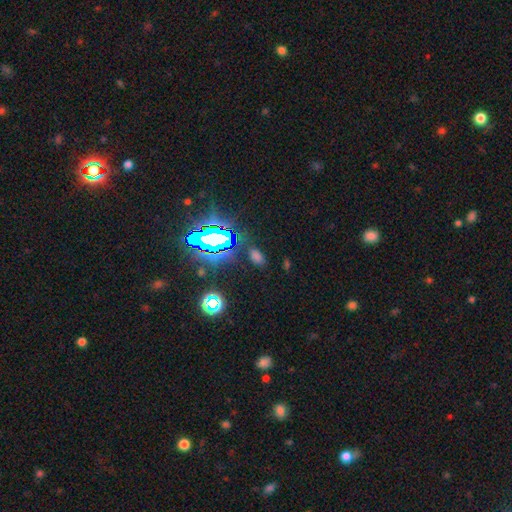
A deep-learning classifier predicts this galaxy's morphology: Smooth or featured?
  - smooth: 57% *
  - star or artifact: 36%
  - featured or disk: 7%
How rounded?
  - in between: 85% *
  - round: 11%
  - cigar-shaped: 4%
Merging?
  - none: 82% *
  - minor disturbance: 11%
  - major disturbance: 4%
  - merger: 3%